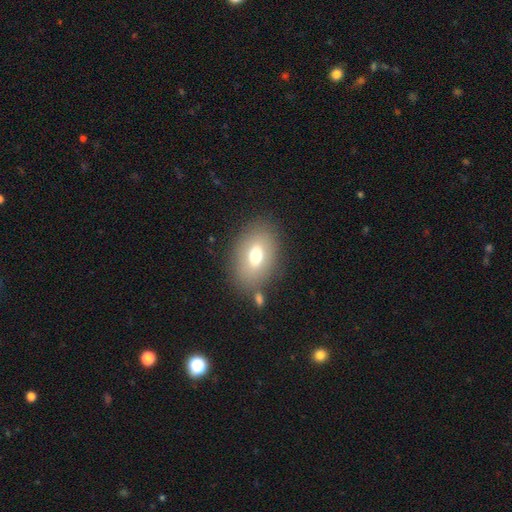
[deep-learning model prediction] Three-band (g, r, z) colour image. It shows a smooth galaxy with no disk features (68%) that is in between round and cigar-shaped (85%). Merging: none (77%).